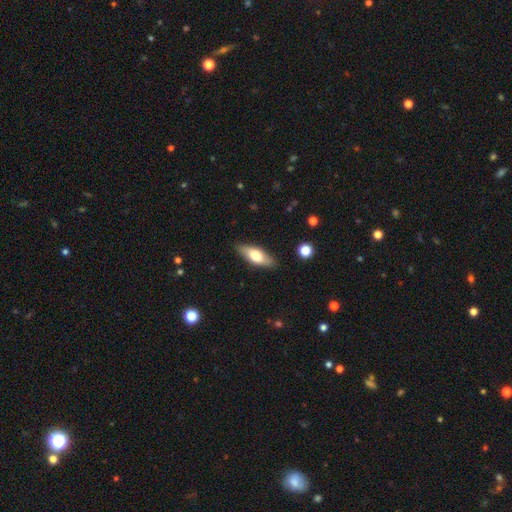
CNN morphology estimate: Q: Smooth or featured?
A: smooth (65%); runner-up: featured or disk (29%)
Q: How rounded?
A: in between (70%); runner-up: cigar-shaped (27%)
Q: Merging?
A: none (86%); runner-up: minor disturbance (11%)